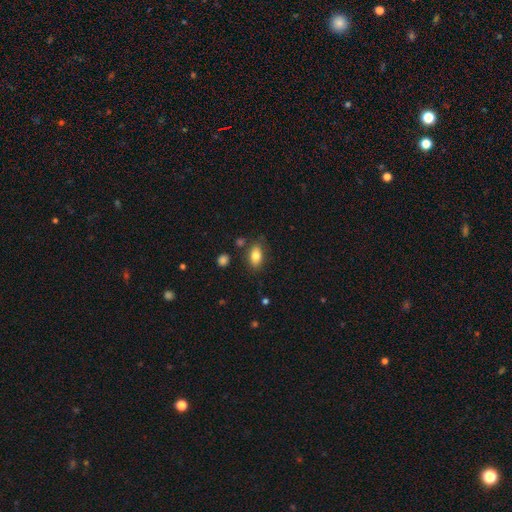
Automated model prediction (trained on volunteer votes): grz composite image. It shows a smooth galaxy with no disk features (81%) that is in between round and cigar-shaped (88%). Merging: none (79%).